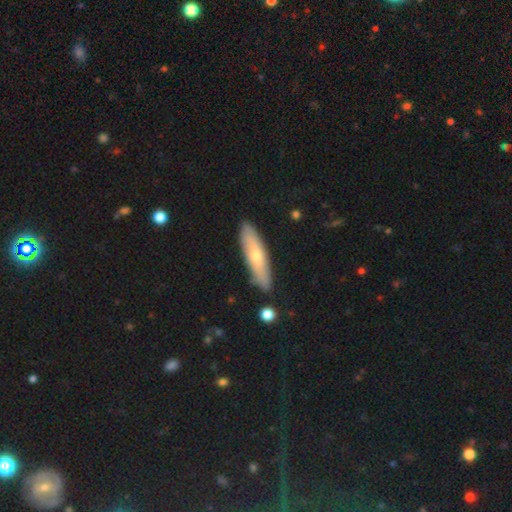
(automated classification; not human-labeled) A smooth galaxy with no disk features (59%) that is cigar-shaped (73%). Merging: none (88%).